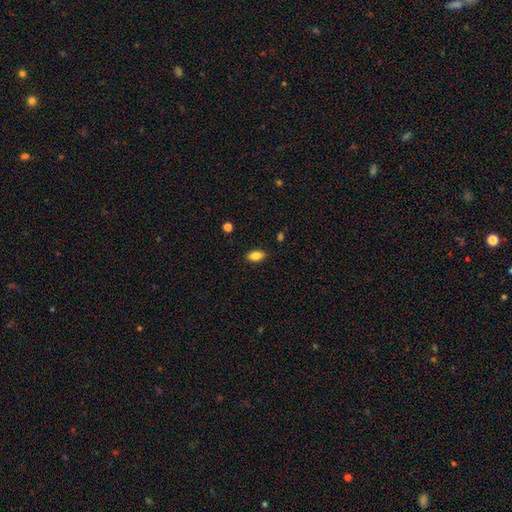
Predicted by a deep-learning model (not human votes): Q: Smooth or featured?
A: smooth (85%); runner-up: star or artifact (8%)
Q: How rounded?
A: in between (90%); runner-up: round (5%)
Q: Merging?
A: none (87%); runner-up: minor disturbance (9%)